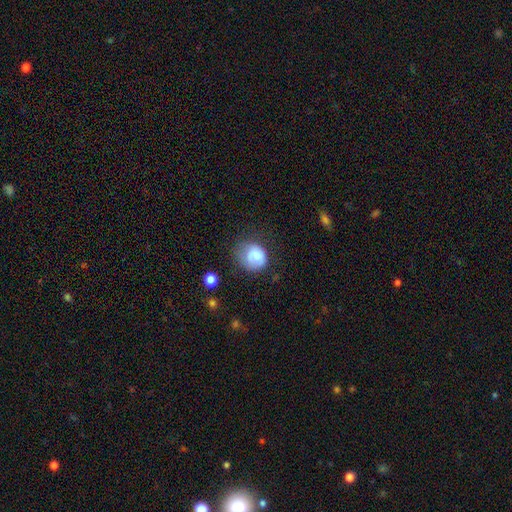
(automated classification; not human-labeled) Smooth or featured: smooth — 76% (featured or disk — 16%)
How rounded: round — 68% (in between — 31%)
Merging: none — 42% (minor disturbance — 33%)